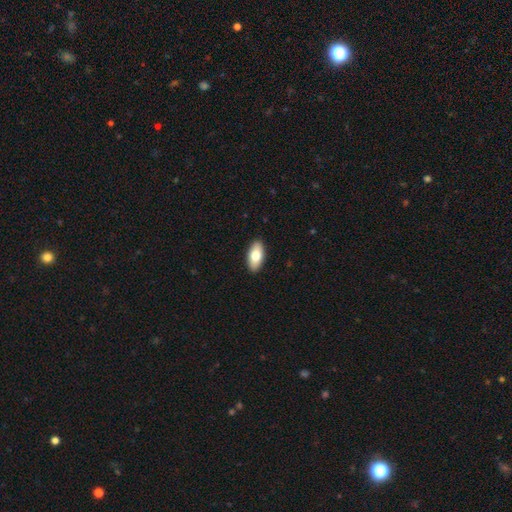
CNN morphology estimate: smooth-or-featured: smooth: 76% | featured or disk: 18% | star or artifact: 6%
  how-rounded: in between: 91% | cigar-shaped: 6% | round: 3%
  merging: none: 91% | minor disturbance: 7% | major disturbance: 2% | merger: 1%